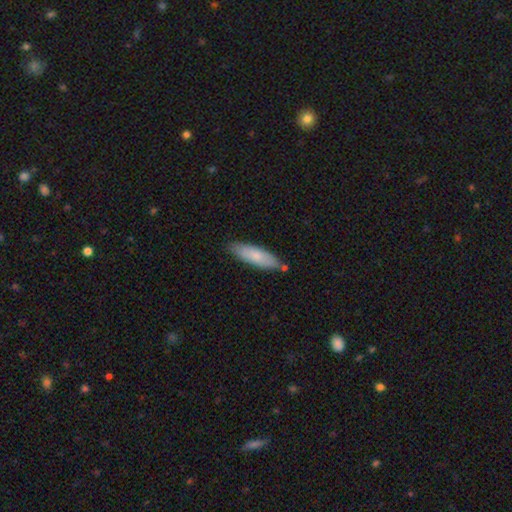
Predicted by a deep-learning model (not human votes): This appears to be a smooth galaxy with no disk features (76%) that is cigar-shaped (56%). Merging: none (78%).